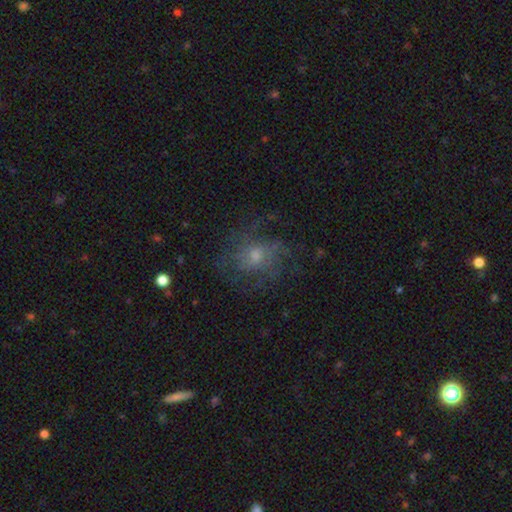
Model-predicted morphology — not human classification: smooth_or_featured: featured or disk (p=0.51) [alt: smooth p=0.34]
disk_edge_on: no (p=0.97) [alt: yes p=0.03]
merging: none (p=0.61) [alt: major disturbance p=0.20]